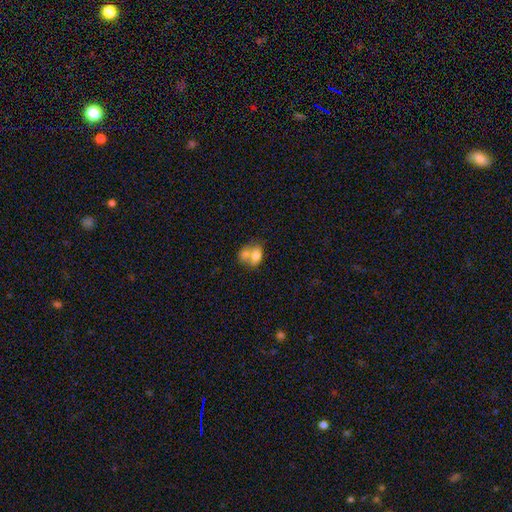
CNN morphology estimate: Q: Smooth or featured?
A: smooth (71%); runner-up: featured or disk (20%)
Q: How rounded?
A: in between (74%); runner-up: round (25%)
Q: Merging?
A: merger (62%); runner-up: none (22%)